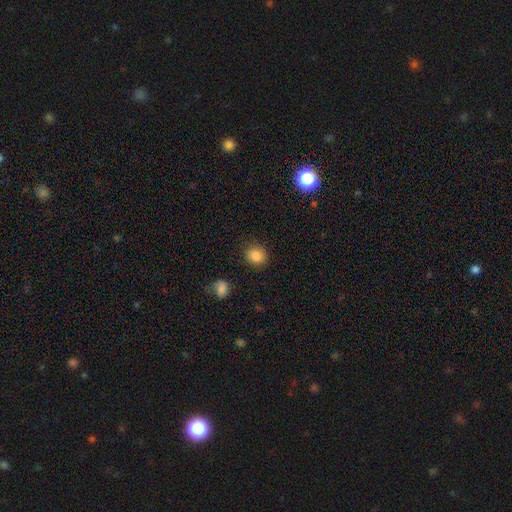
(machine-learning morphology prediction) Smooth or featured? Predicted: smooth (p=0.85). How rounded? Predicted: round (p=0.75). Merging? Predicted: none (p=0.83).